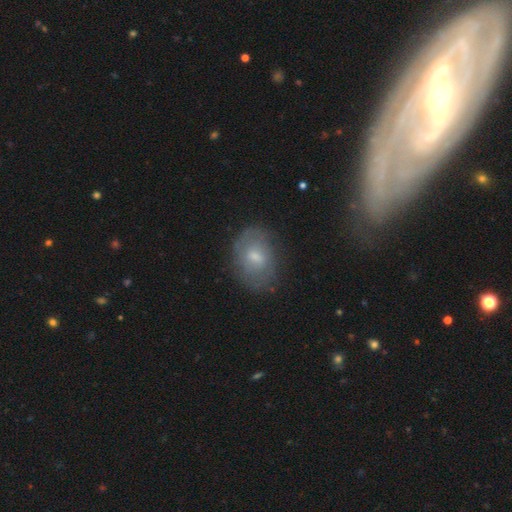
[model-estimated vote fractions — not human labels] Smooth or featured? Predicted: smooth (p=0.53). How rounded? Predicted: in between (p=0.69). Merging? Predicted: none (p=0.69).